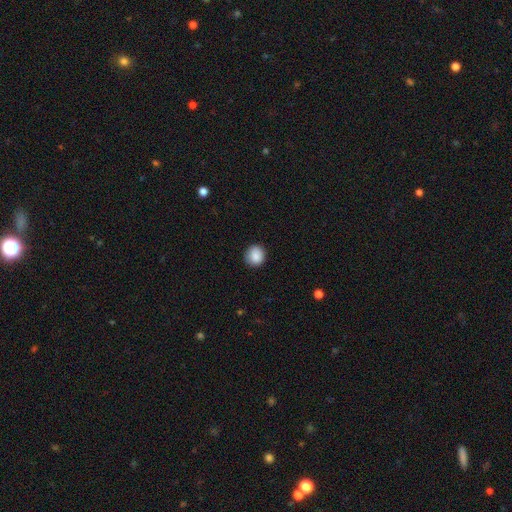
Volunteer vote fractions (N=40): smooth-or-featured: smooth: 90% | star or artifact: 8% | featured or disk: 2%
  how-rounded: round: 86% | in between: 14% | cigar-shaped: 0%
  merging: none: 86% | minor disturbance: 5% | major disturbance: 5% | merger: 3%